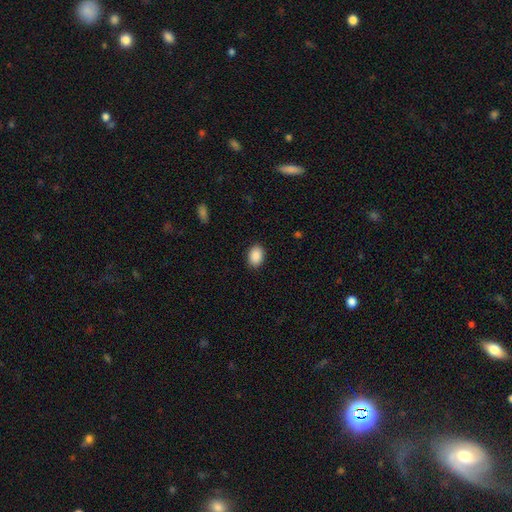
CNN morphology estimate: Overall: smooth (90%). How rounded: in between (80%). Merging: none (89%).